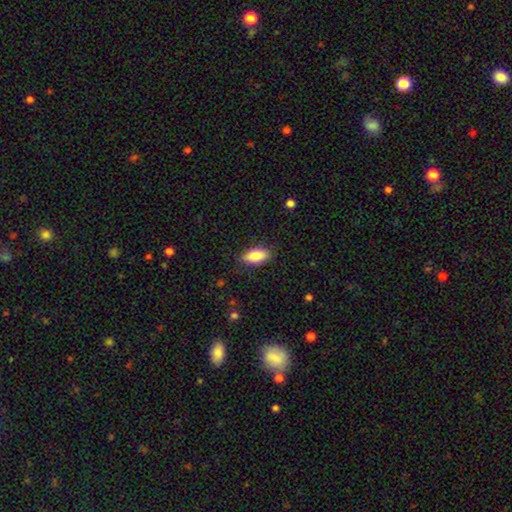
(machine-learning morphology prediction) Smooth or featured? smooth (82%)
How rounded? in between (88%)
Merging? none (84%)